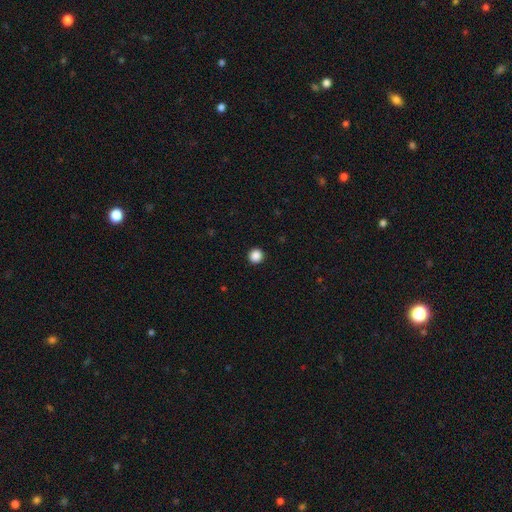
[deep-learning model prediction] Smooth or featured?
  - smooth: 88% *
  - star or artifact: 10%
  - featured or disk: 2%
How rounded?
  - round: 96% *
  - in between: 3%
  - cigar-shaped: 1%
Merging?
  - none: 94% *
  - minor disturbance: 4%
  - major disturbance: 1%
  - merger: 1%